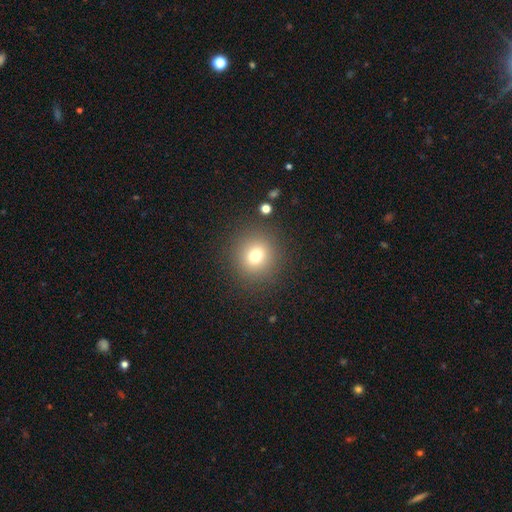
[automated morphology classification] A smooth galaxy with no disk features (74%) that is round (90%). Merging: none (88%).